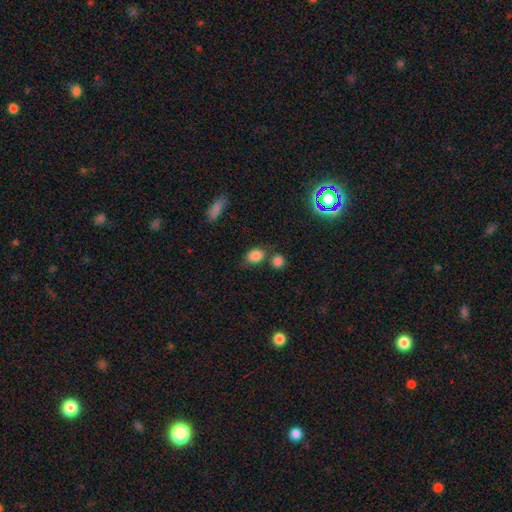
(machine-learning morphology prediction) Overall: smooth (83%). How rounded: in between (66%; round 32%). Merging: none (61%).